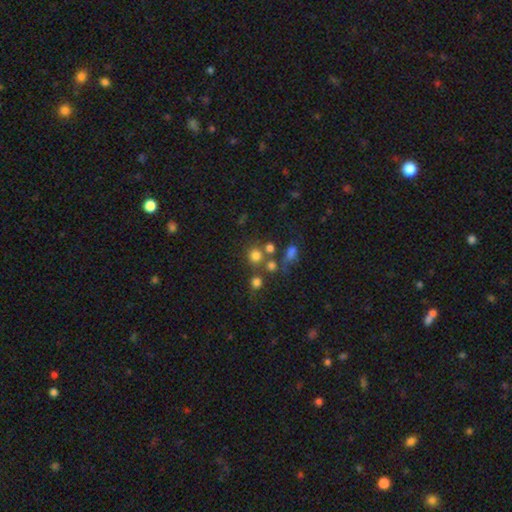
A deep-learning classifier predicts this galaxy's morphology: Q: Smooth or featured?
A: smooth (72%); runner-up: star or artifact (18%)
Q: How rounded?
A: round (86%); runner-up: in between (13%)
Q: Merging?
A: none (61%); runner-up: merger (23%)